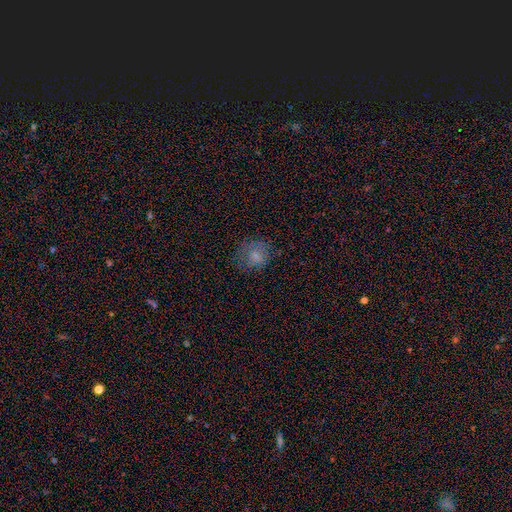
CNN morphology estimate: Smooth or featured? smooth (71%)
How rounded? round (66%)
Merging? none (64%)